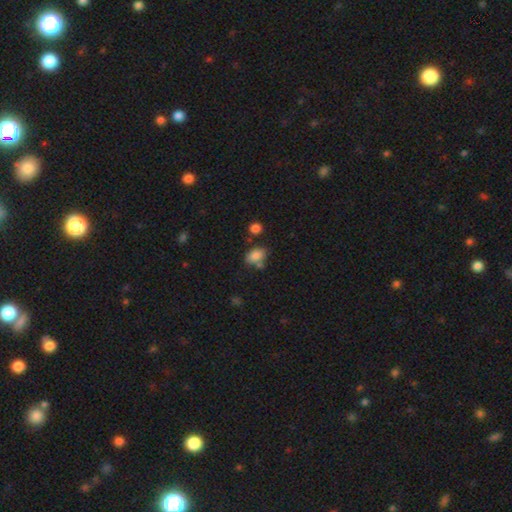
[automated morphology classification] This is clearly a smooth galaxy (82%). How rounded: clearly in between (81%). Merging: possibly none (58%).